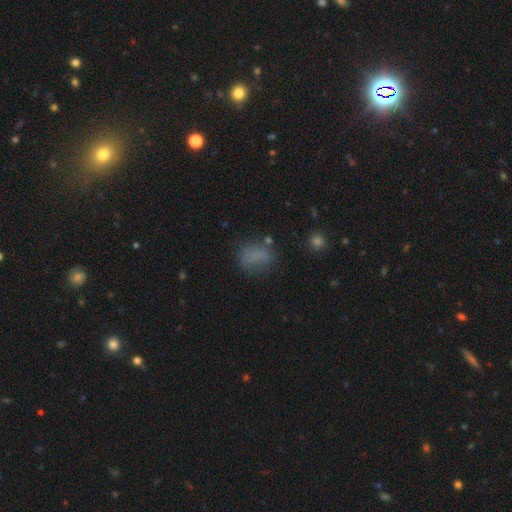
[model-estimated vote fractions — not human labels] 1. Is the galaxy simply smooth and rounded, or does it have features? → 73% smooth, 17% star or artifact, 11% featured or disk.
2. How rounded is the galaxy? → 64% in between, 33% round, 3% cigar-shaped.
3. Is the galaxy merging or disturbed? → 61% none, 22% minor disturbance, 13% major disturbance, 4% merger.